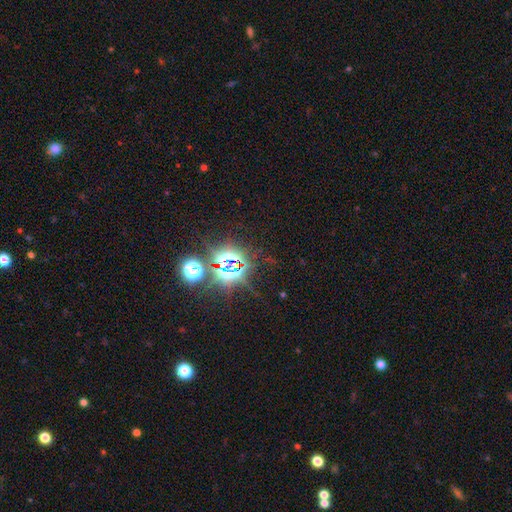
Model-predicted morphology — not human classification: Smooth or featured? star or artifact (82%)